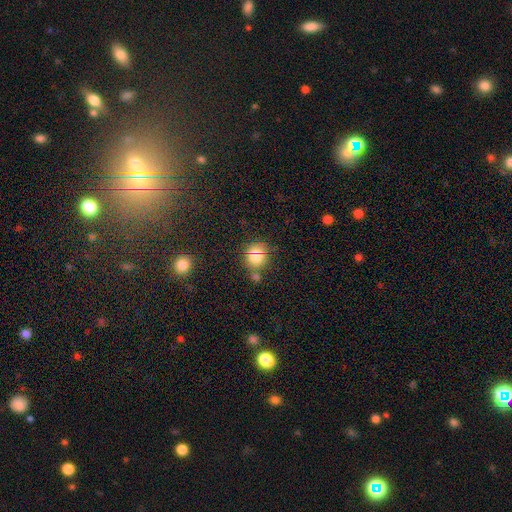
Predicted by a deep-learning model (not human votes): This is likely a smooth galaxy (74%). How rounded: clearly round (82%). Merging: likely none (71%).